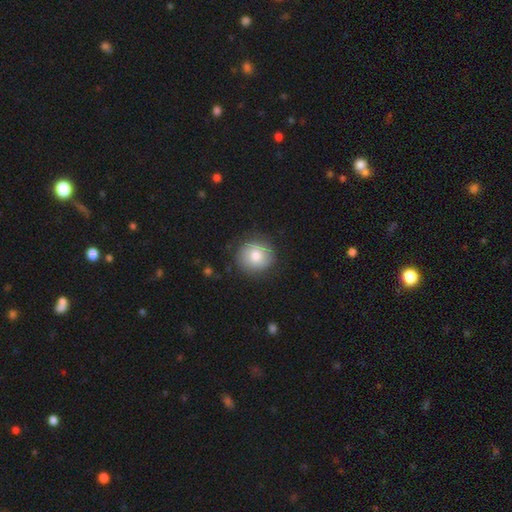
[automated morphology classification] smooth_or_featured: smooth (p=0.78) [alt: featured or disk p=0.14]
how_rounded: round (p=0.89) [alt: in between p=0.10]
merging: none (p=0.85) [alt: minor disturbance p=0.11]